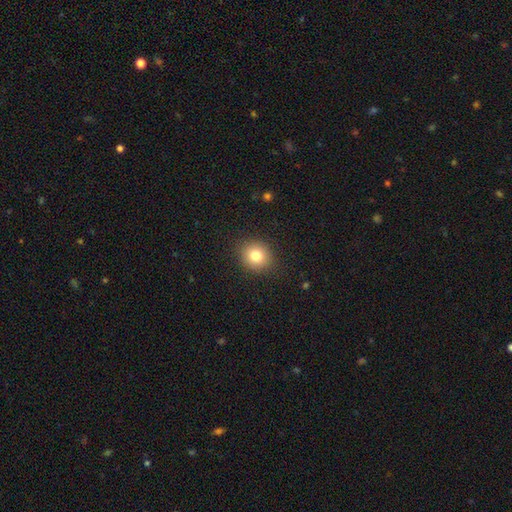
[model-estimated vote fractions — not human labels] This is clearly a smooth galaxy (81%). How rounded: clearly round (83%). Merging: clearly none (89%).